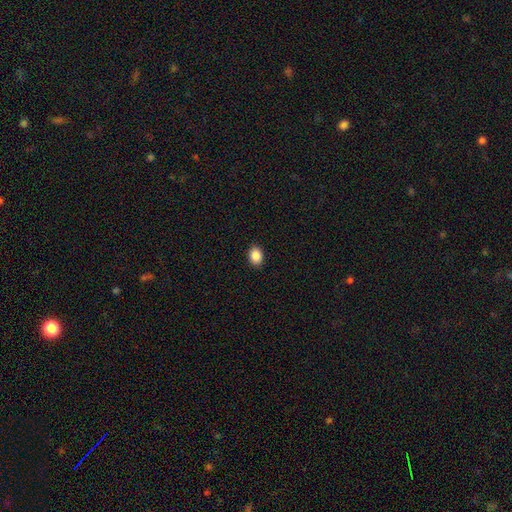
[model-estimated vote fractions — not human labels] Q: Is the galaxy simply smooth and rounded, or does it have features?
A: smooth — 88%.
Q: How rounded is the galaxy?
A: in between — 66%.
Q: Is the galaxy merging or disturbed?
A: none — 91%.